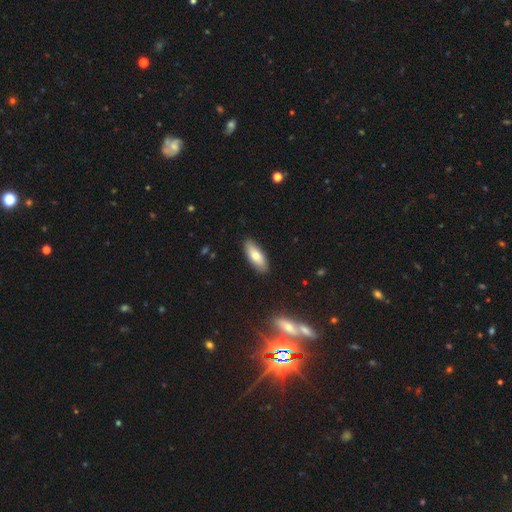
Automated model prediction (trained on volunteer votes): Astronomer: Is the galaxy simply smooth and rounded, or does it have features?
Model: smooth — 75%.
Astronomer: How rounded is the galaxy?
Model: in between — 73%.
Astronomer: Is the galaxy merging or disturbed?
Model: none — 88%.